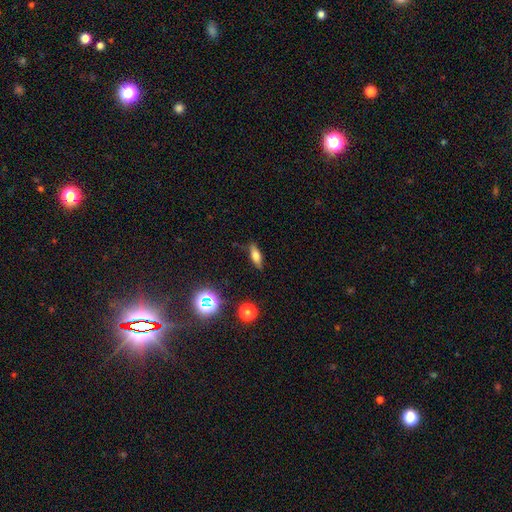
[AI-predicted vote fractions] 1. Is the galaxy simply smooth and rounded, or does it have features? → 57% smooth, 31% featured or disk, 12% star or artifact.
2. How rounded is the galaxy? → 53% in between, 42% cigar-shaped, 6% round.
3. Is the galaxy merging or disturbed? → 83% none, 13% minor disturbance, 3% major disturbance, 2% merger.